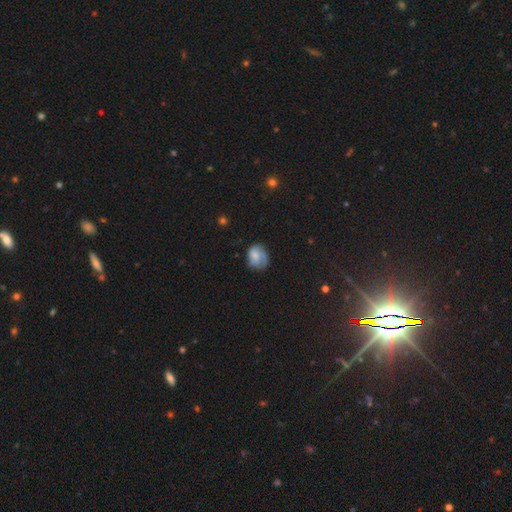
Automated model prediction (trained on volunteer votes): smooth-or-featured: smooth: 52% | featured or disk: 39% | star or artifact: 9%
  how-rounded: in between: 54% | round: 45% | cigar-shaped: 1%
  merging: none: 54% | minor disturbance: 28% | major disturbance: 15% | merger: 2%